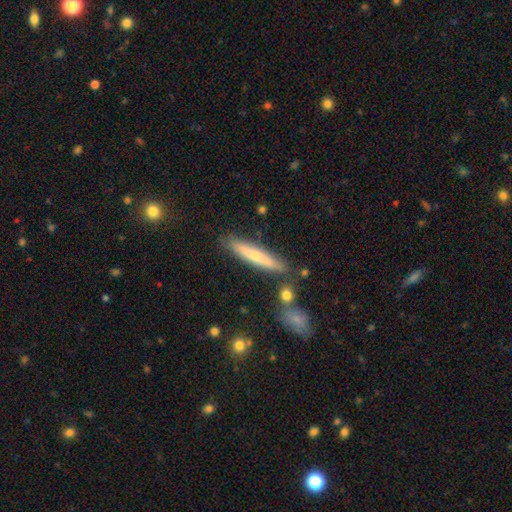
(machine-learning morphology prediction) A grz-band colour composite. It shows a smooth galaxy with no disk features (53%) that is cigar-shaped (90%). Merging: none (83%).